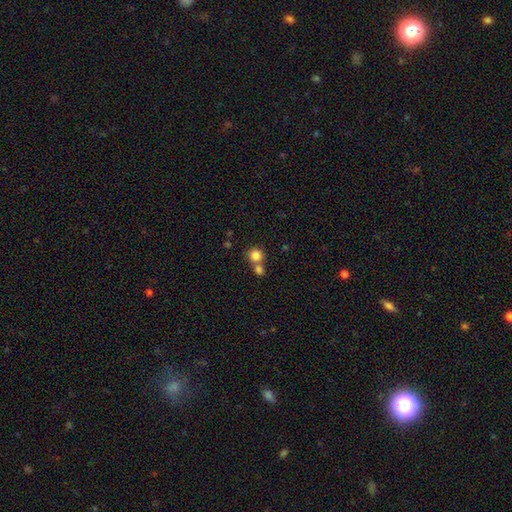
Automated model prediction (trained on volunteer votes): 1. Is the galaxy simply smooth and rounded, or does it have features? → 82% smooth, 10% star or artifact, 7% featured or disk.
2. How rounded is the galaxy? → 88% round, 11% in between, 1% cigar-shaped.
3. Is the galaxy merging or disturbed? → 49% none, 42% merger, 6% minor disturbance, 3% major disturbance.